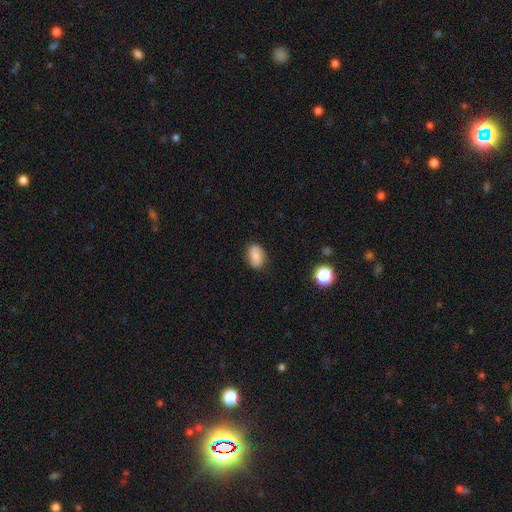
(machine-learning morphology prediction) Smooth or featured? smooth (73%)
How rounded? in between (82%)
Merging? none (77%)